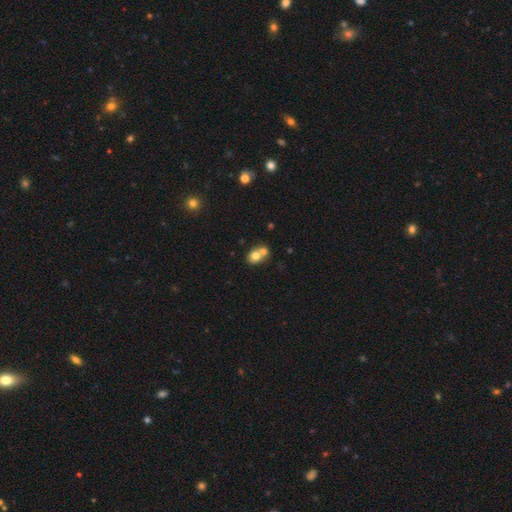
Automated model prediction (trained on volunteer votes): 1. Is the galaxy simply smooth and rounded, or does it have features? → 72% smooth, 18% featured or disk, 10% star or artifact.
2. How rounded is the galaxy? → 57% round, 42% in between, 1% cigar-shaped.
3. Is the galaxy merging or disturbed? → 58% merger, 32% none, 7% minor disturbance, 3% major disturbance.